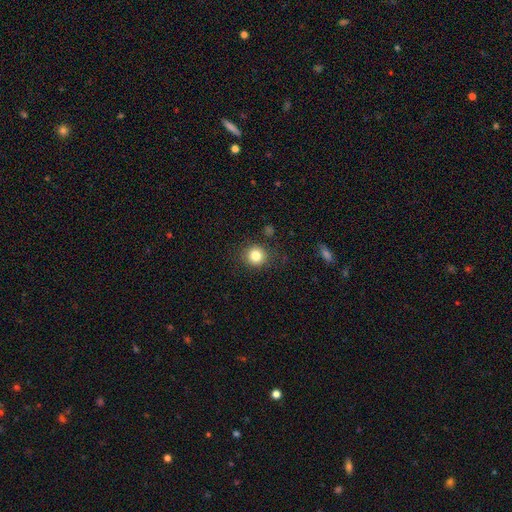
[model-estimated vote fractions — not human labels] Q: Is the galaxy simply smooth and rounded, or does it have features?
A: smooth — 83%.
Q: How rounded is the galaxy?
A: round — 90%.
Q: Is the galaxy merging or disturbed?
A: none — 88%.